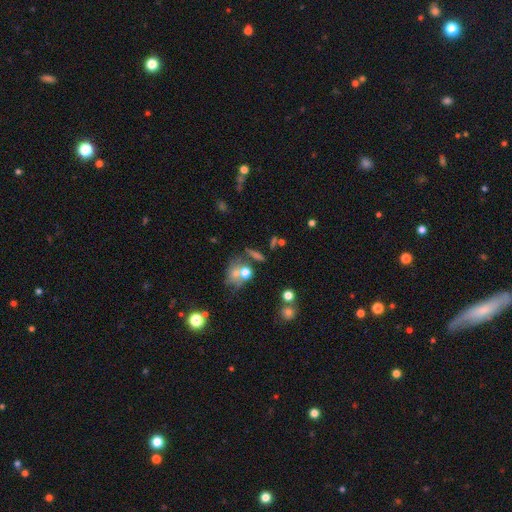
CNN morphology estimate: type=smooth (39%); merging=none (47%).